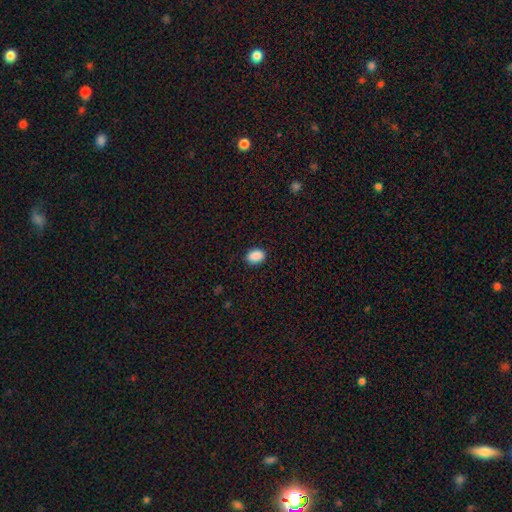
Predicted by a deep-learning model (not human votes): smooth_or_featured: smooth (p=0.90) [alt: star or artifact p=0.08]
how_rounded: in between (p=0.78) [alt: round p=0.21]
merging: none (p=0.87) [alt: minor disturbance p=0.09]